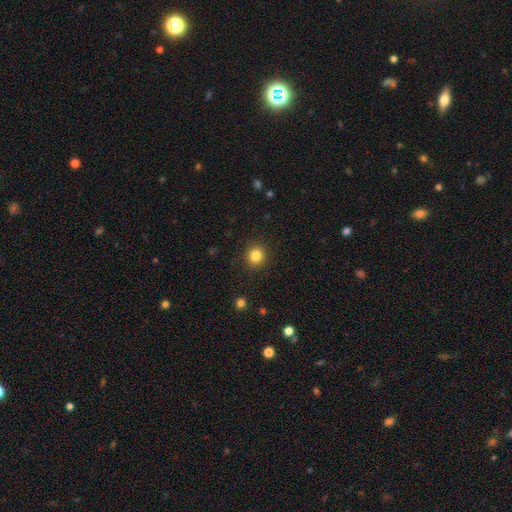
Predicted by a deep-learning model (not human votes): Smooth or featured?
  - smooth: 83% *
  - star or artifact: 12%
  - featured or disk: 5%
How rounded?
  - round: 91% *
  - in between: 8%
  - cigar-shaped: 1%
Merging?
  - none: 91% *
  - minor disturbance: 6%
  - major disturbance: 2%
  - merger: 1%